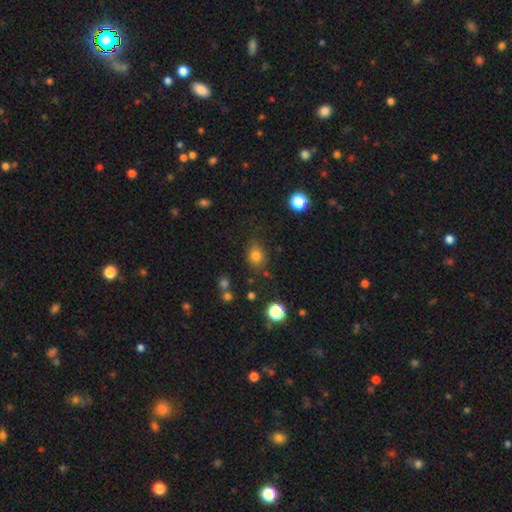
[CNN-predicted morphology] Smooth or featured? Predicted: smooth (p=0.78). How rounded? Predicted: round (p=0.60). Merging? Predicted: none (p=0.75).